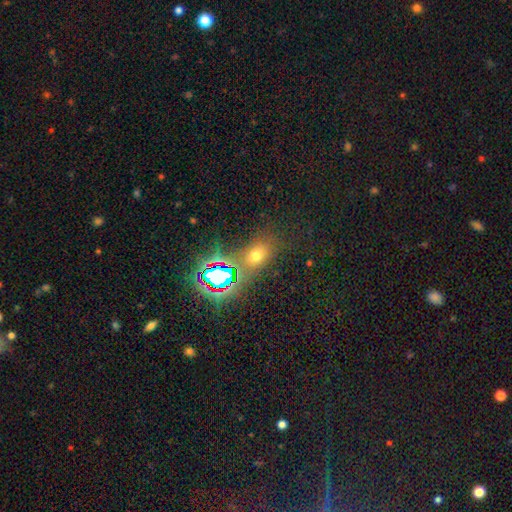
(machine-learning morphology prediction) A smooth galaxy with no disk features (56%) that is in between round and cigar-shaped (69%). Merging: none (74%).